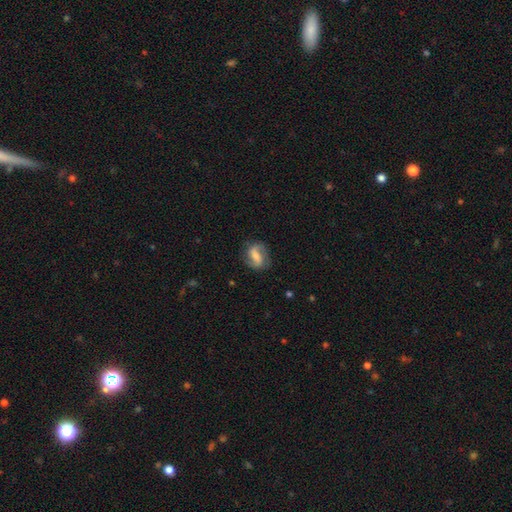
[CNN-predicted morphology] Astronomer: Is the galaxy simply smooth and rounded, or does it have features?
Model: featured or disk — 55% (runner-up: smooth, 37%).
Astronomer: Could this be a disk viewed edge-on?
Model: no — 95%.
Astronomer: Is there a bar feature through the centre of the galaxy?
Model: weak — 40% (runner-up: strong, 38%).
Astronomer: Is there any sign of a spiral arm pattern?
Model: yes — 84%.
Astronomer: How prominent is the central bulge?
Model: moderate — 36% (runner-up: small, 33%).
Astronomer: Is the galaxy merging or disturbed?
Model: none — 75%.